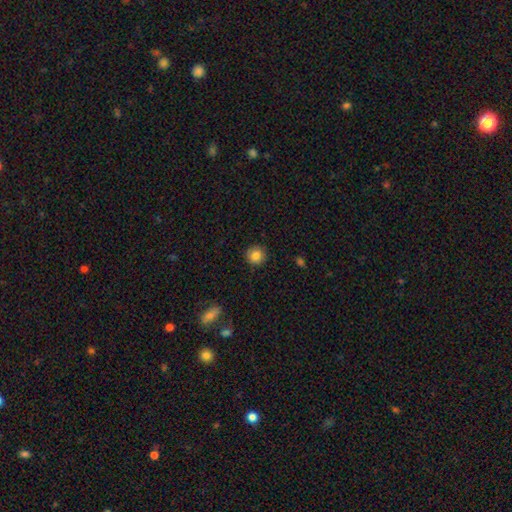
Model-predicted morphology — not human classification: A smooth galaxy with no disk features (84%) that is round (92%). Merging: none (89%).